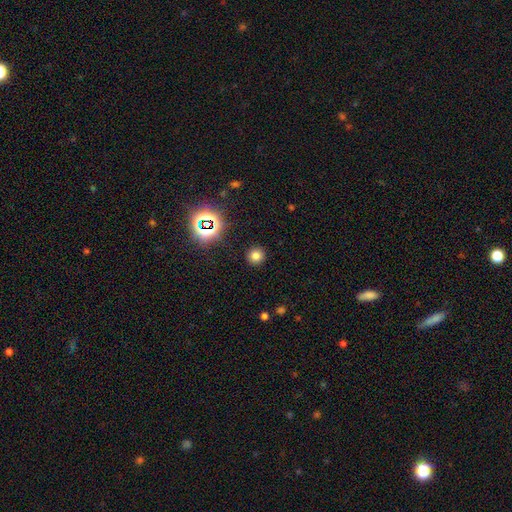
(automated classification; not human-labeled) The model was most divided on "smooth or featured": smooth: 73%, star or artifact: 20%, featured or disk: 6%. More confident: how rounded — round (91%); merging — none (91%).